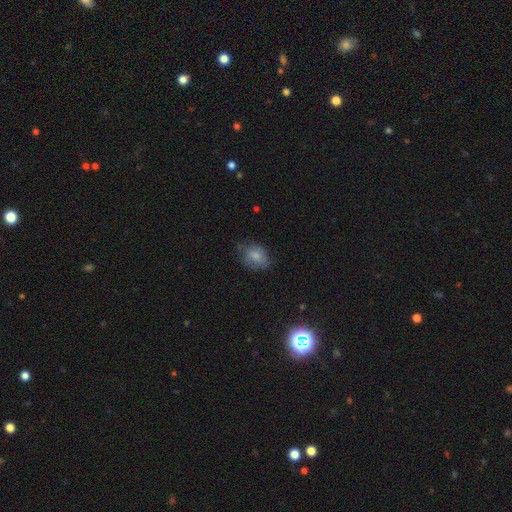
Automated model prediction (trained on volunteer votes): Smooth or featured? smooth (76%)
How rounded? in between (57%)
Merging? none (58%)